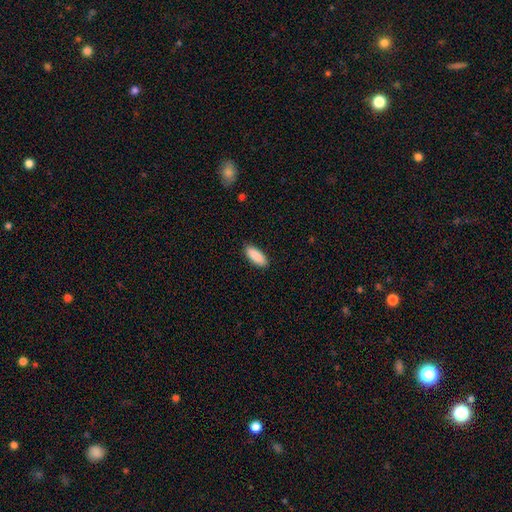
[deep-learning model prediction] smooth-or-featured: smooth: 90% | star or artifact: 6% | featured or disk: 4%
  how-rounded: in between: 70% | cigar-shaped: 29% | round: 2%
  merging: none: 90% | minor disturbance: 8% | major disturbance: 2% | merger: 1%